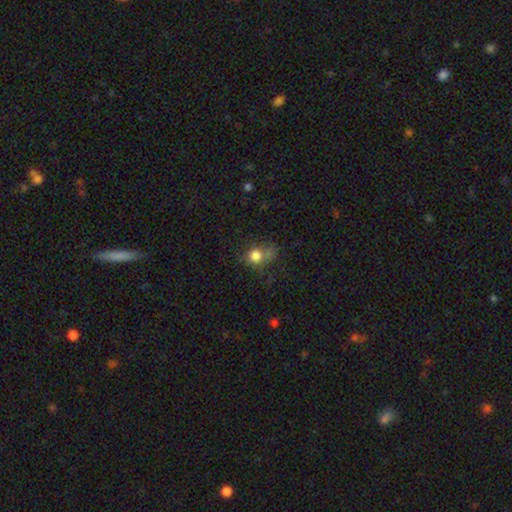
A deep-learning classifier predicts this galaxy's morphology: A smooth galaxy with no disk features (79%) that is round (74%). Merging: none (50%).